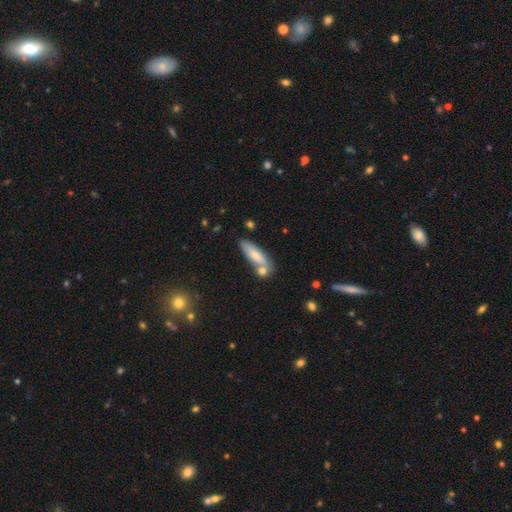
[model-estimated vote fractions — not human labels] Smooth or featured: smooth — 68% (featured or disk — 25%)
How rounded: cigar-shaped — 56% (in between — 42%)
Merging: none — 61% (merger — 21%)